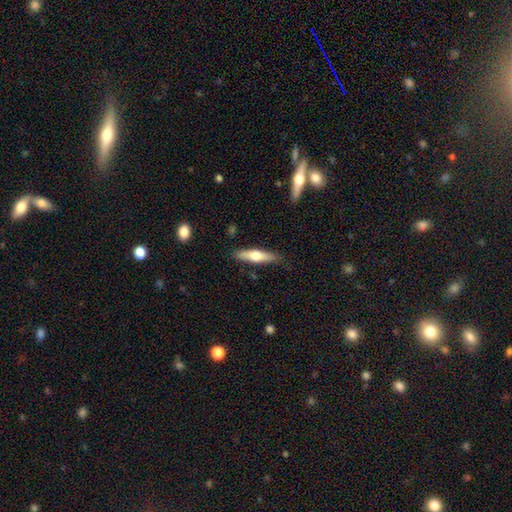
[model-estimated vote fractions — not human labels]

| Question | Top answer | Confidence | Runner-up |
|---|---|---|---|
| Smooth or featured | smooth | 49% | featured or disk (45%) |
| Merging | none | 85% | minor disturbance (11%) |